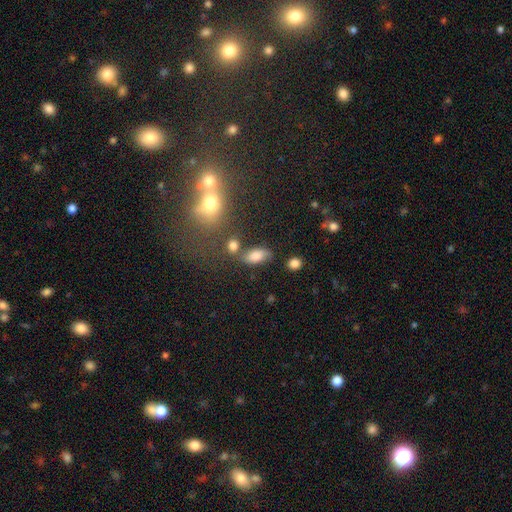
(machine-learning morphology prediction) A smooth galaxy with no disk features (76%) that is in between round and cigar-shaped (88%). Merging: none (67%).